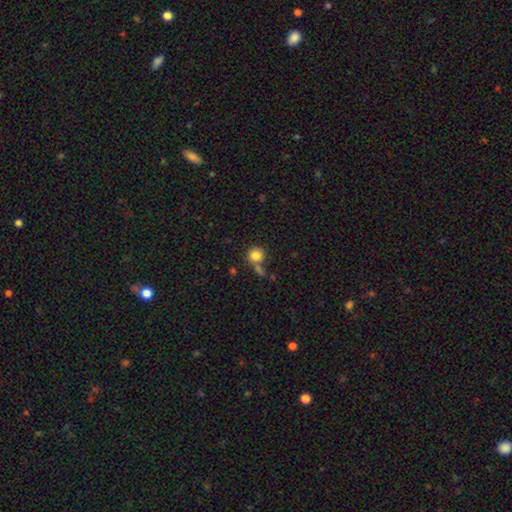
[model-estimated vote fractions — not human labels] Smooth or featured?
  - smooth: 84% *
  - star or artifact: 10%
  - featured or disk: 6%
How rounded?
  - round: 91% *
  - in between: 8%
  - cigar-shaped: 1%
Merging?
  - none: 61% *
  - merger: 23%
  - minor disturbance: 11%
  - major disturbance: 6%